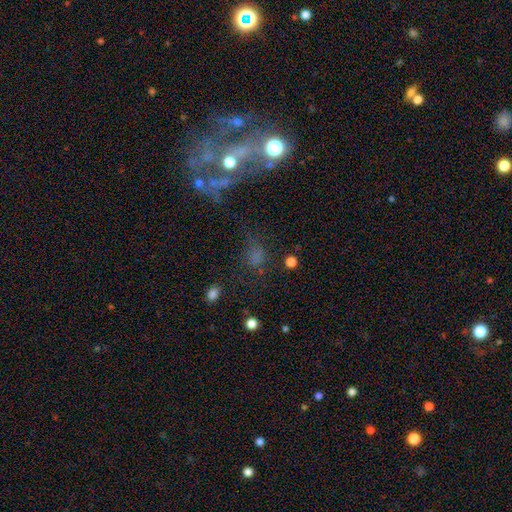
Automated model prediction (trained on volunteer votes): Overall: smooth (53%; star or artifact 31%). How rounded: in between (49%; round 48%). Merging: none (53%; major disturbance 20%).